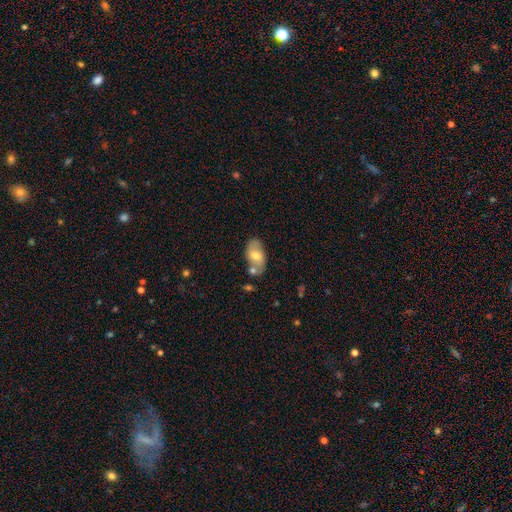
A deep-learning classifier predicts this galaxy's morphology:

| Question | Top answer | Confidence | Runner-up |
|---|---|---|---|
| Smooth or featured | smooth | 56% | featured or disk (37%) |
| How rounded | in between | 92% | round (6%) |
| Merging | none | 63% | minor disturbance (17%) |